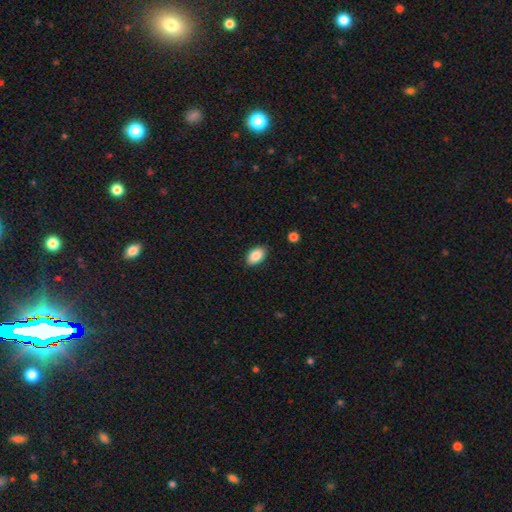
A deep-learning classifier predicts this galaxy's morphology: Smooth or featured? smooth (88%)
How rounded? in between (92%)
Merging? none (87%)